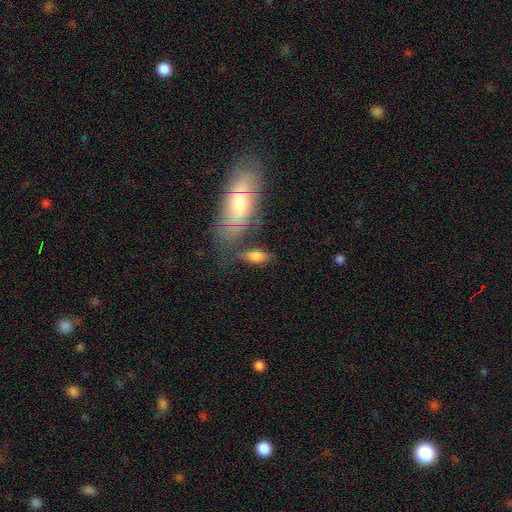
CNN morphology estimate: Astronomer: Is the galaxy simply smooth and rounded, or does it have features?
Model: smooth — 70%.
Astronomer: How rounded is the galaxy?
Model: in between — 83%.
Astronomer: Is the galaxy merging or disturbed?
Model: none — 55%.